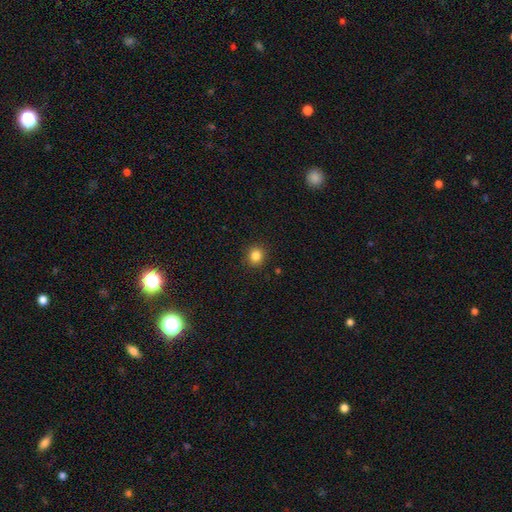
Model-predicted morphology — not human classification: smooth 85%, star or artifact 11%, featured or disk 4%. Down the decision tree: how rounded — round (85%); merging — none (91%).